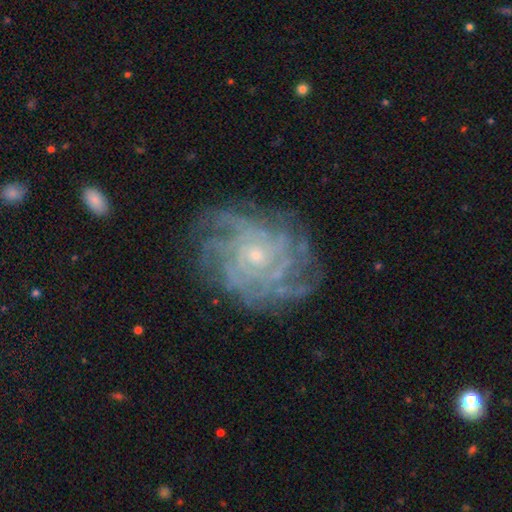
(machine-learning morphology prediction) Smooth or featured? featured or disk (86%)
Edge-on disk? no (97%)
Bar? no (78%)
Spiral arms? yes (96%)
Spiral winding? tight (70%)
Spiral arm count? can't tell (31%)
Bulge size? small (78%)
Merging? none (75%)